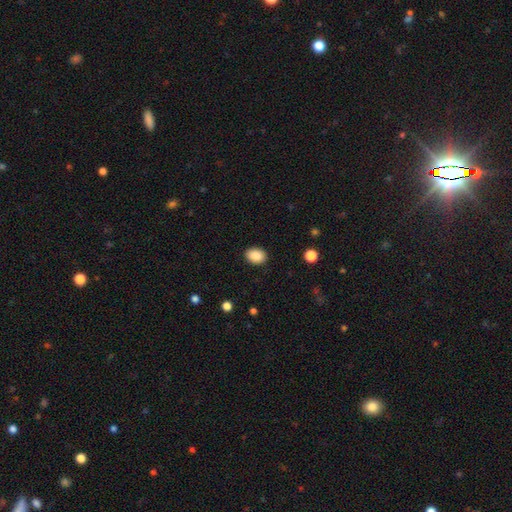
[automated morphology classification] A smooth galaxy with no disk features (88%) that is in between round and cigar-shaped (74%).

Vote fractions:
- Smooth or featured? smooth: 88% / star or artifact: 8% / featured or disk: 4%
- How rounded? in between: 74% / round: 25% / cigar-shaped: 1%
- Merging? none: 90% / minor disturbance: 7% / major disturbance: 2% / merger: 1%